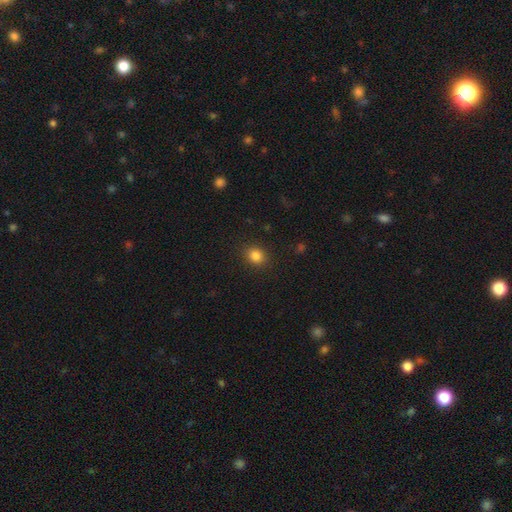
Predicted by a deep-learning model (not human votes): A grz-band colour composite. It shows a smooth galaxy with no disk features (84%) that is round (67%). Merging: none (89%).